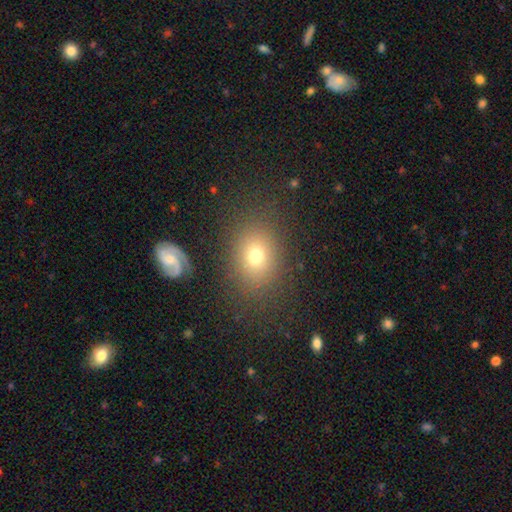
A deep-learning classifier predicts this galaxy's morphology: Smooth or featured: smooth — 70% (featured or disk — 16%)
How rounded: in between — 56% (round — 43%)
Merging: none — 82% (minor disturbance — 10%)